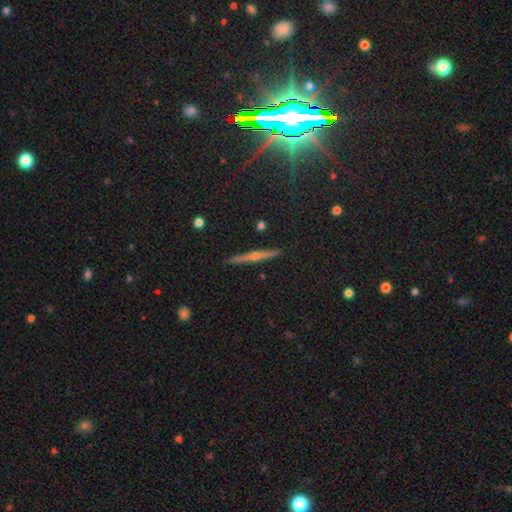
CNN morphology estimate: Smooth or featured?
  - featured or disk: 70% *
  - smooth: 19%
  - star or artifact: 11%
Edge-on disk?
  - yes: 98% *
  - no: 2%
Edge-on bulge?
  - rounded: 86% *
  - none: 10%
  - boxy: 4%
Merging?
  - none: 91% *
  - minor disturbance: 6%
  - major disturbance: 1%
  - merger: 1%